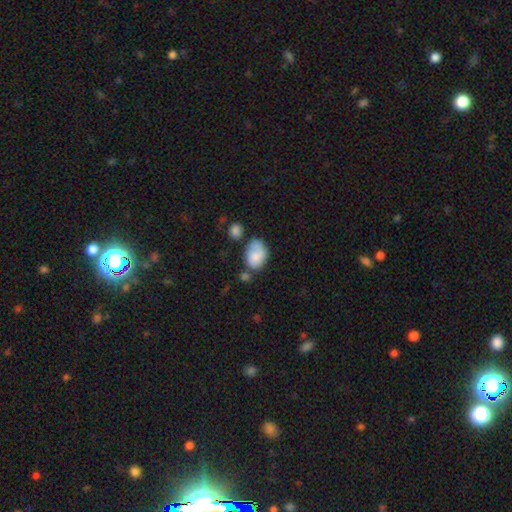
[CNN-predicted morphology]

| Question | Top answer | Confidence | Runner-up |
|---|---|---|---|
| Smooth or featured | smooth | 78% | featured or disk (14%) |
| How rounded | in between | 76% | round (23%) |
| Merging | none | 43% | minor disturbance (26%) |